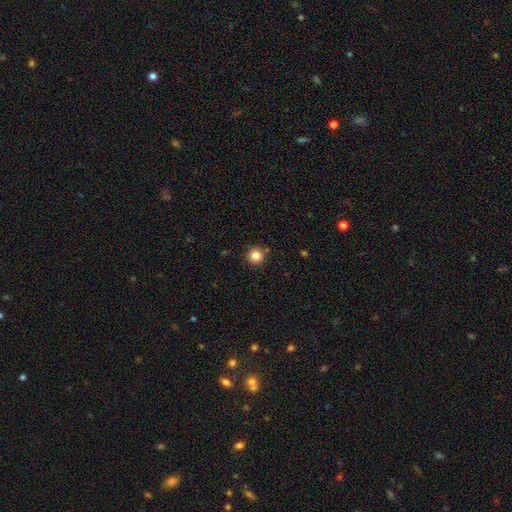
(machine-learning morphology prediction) This appears to be a smooth galaxy with no disk features (83%) that is round (96%). Merging: none (91%).